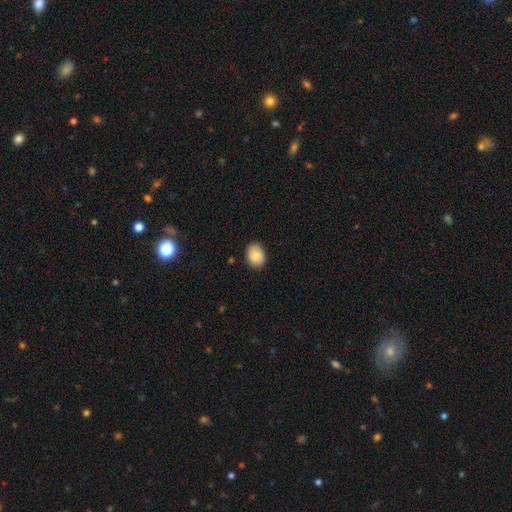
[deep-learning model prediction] Smooth or featured?
  - smooth: 84% *
  - featured or disk: 8%
  - star or artifact: 7%
How rounded?
  - in between: 66% *
  - round: 33%
  - cigar-shaped: 1%
Merging?
  - none: 86% *
  - minor disturbance: 10%
  - major disturbance: 2%
  - merger: 1%